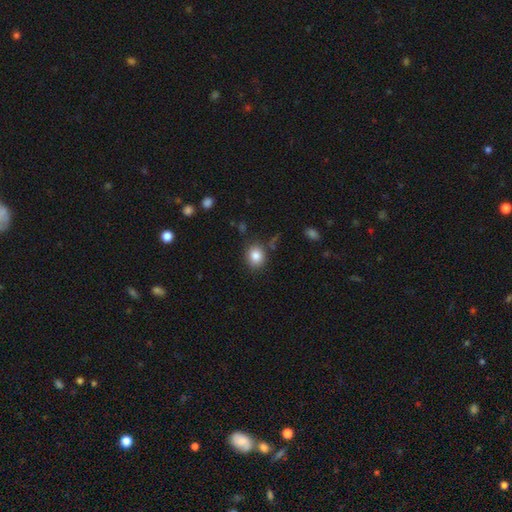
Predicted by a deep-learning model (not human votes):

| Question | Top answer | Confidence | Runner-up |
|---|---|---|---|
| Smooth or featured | smooth | 84% | star or artifact (10%) |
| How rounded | round | 72% | in between (27%) |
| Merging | none | 82% | minor disturbance (11%) |